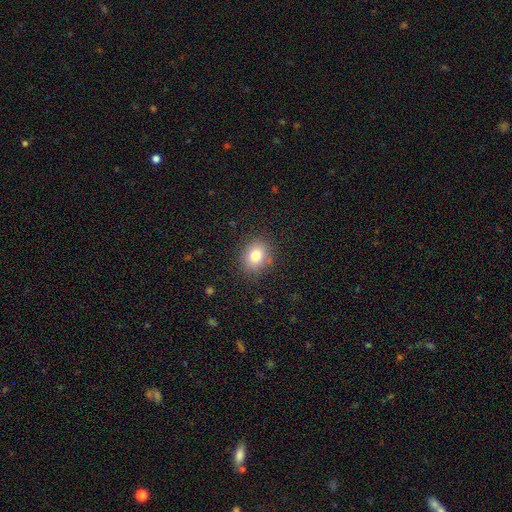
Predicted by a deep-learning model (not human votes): The model was most divided on "how rounded": round: 59%, in between: 40%, cigar-shaped: 1%. More confident: merging — none (85%); smooth or featured — smooth (80%).